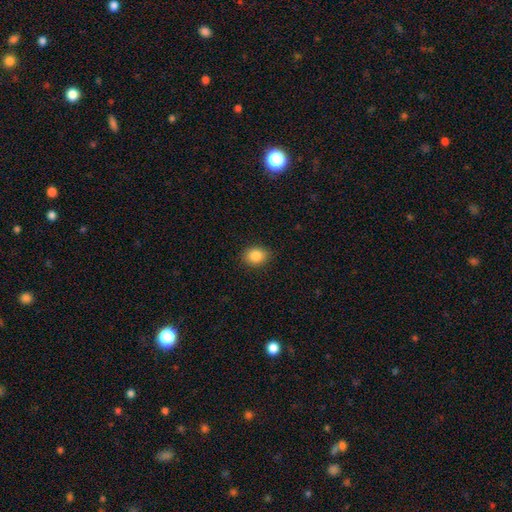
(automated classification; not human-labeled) Smooth or featured? Predicted: smooth (p=0.85). How rounded? Predicted: in between (p=0.52). Merging? Predicted: none (p=0.87).